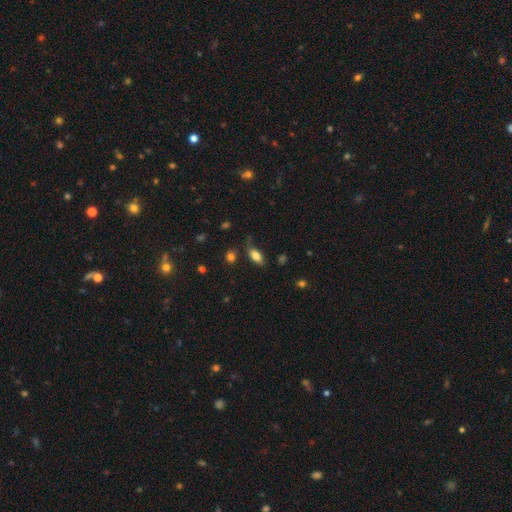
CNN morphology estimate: Smooth or featured? smooth (79%)
How rounded? in between (85%)
Merging? none (70%)